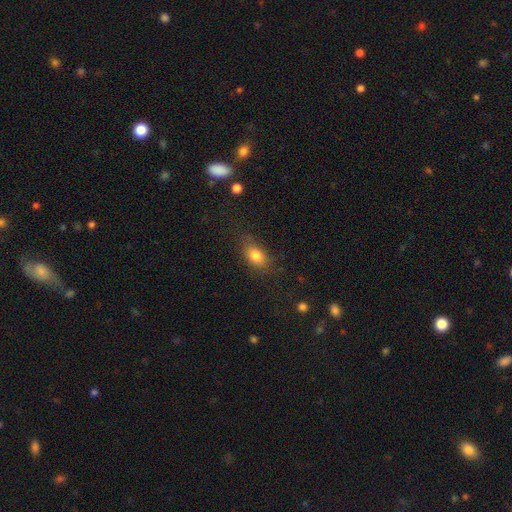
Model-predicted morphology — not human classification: Overall: smooth (81%). How rounded: in between (80%). Merging: none (69%).